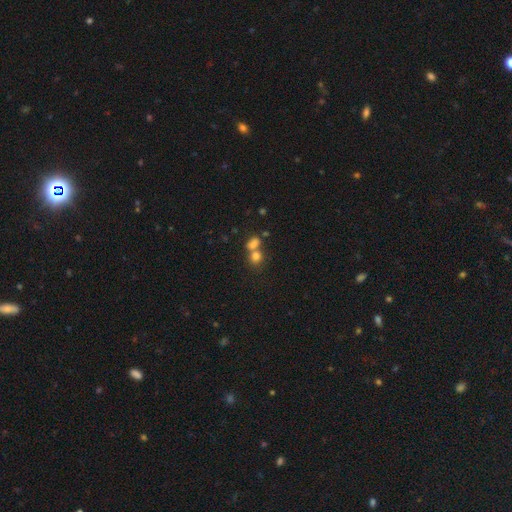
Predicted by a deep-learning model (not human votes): This appears to be a smooth galaxy with no disk features (76%) that is round (69%). Merging: merger (51%).